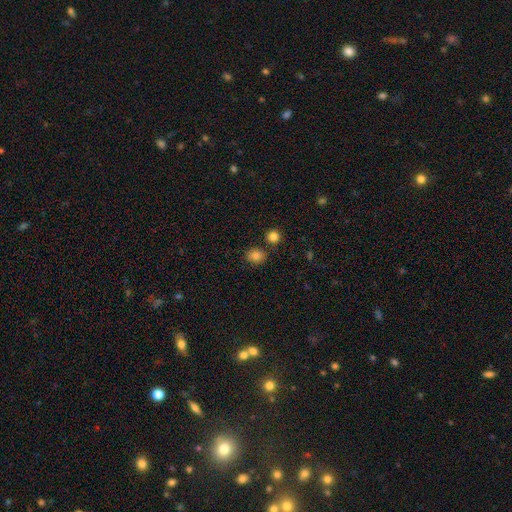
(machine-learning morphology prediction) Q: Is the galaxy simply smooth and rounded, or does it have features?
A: smooth — 83%.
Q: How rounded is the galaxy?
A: round — 70%.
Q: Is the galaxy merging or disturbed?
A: none — 78%.